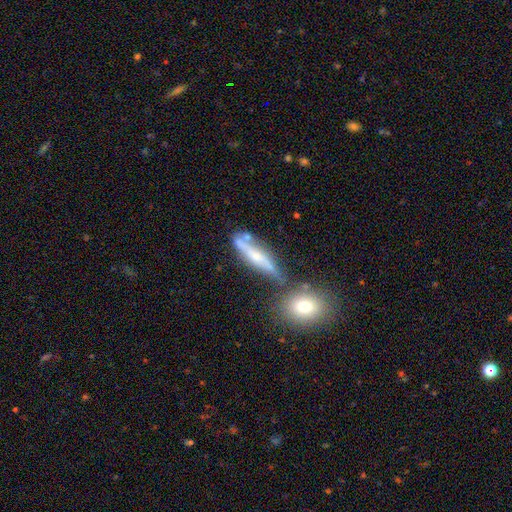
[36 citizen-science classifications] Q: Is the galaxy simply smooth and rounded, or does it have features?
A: featured or disk — 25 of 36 (69%).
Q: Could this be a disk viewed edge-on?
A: yes — 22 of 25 (88%).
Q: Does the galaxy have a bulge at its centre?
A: rounded — 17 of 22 (77%).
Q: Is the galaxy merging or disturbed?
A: none — 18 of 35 (51%).